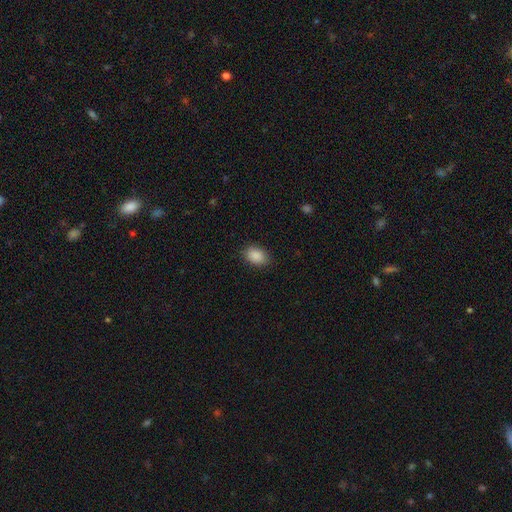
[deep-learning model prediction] smooth 89%, star or artifact 8%, featured or disk 3%. Down the decision tree: how rounded — in between (82%); merging — none (87%).